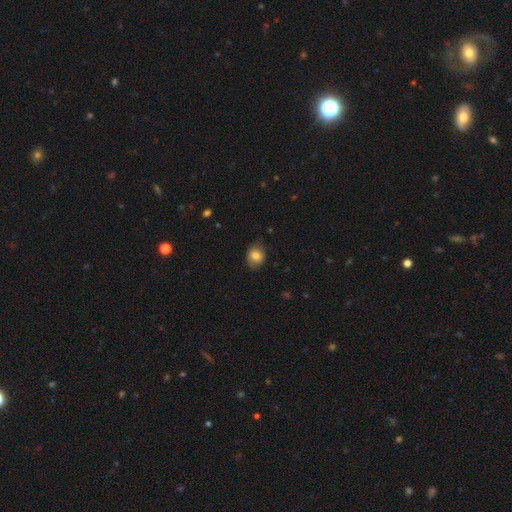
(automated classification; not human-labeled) Smooth or featured? smooth (80%)
How rounded? round (53%)
Merging? none (74%)